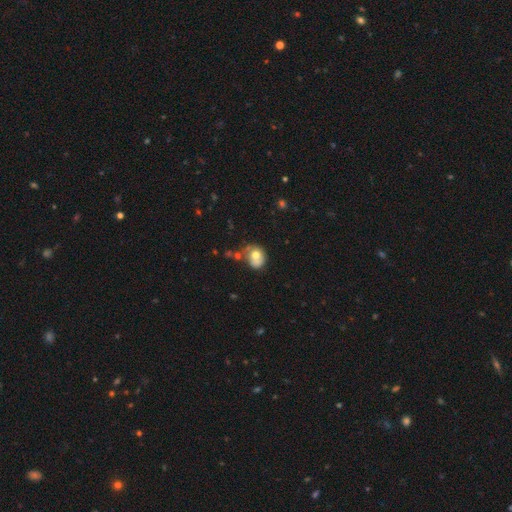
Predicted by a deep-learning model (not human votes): Smooth or featured? smooth (67%)
How rounded? round (60%)
Merging? none (40%)